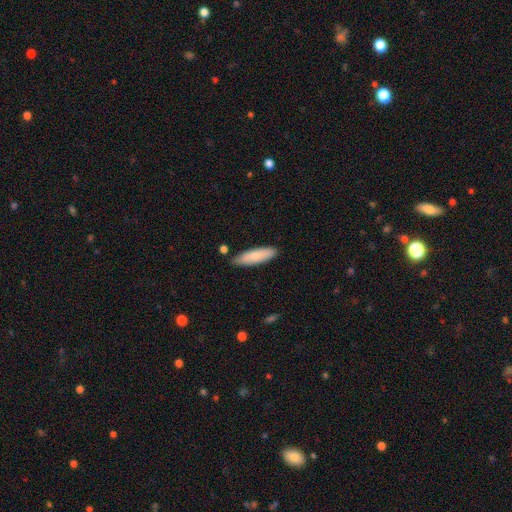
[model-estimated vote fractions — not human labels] smooth_or_featured: smooth (p=0.78) [alt: featured or disk p=0.17]
how_rounded: cigar-shaped (p=0.56) [alt: in between p=0.43]
merging: none (p=0.83) [alt: minor disturbance p=0.13]